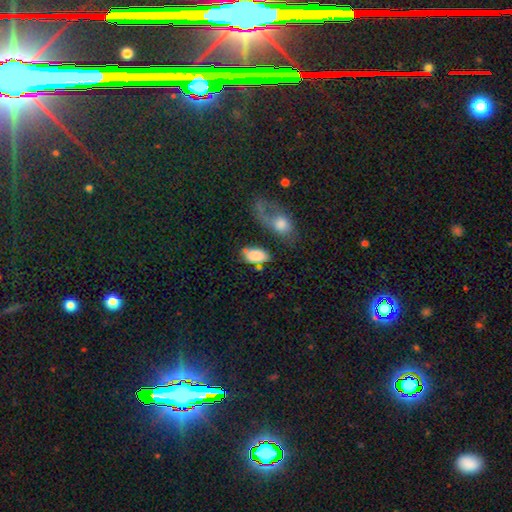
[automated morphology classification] A smooth galaxy with no disk features (83%) that is in between round and cigar-shaped (92%). Merging: none (55%).